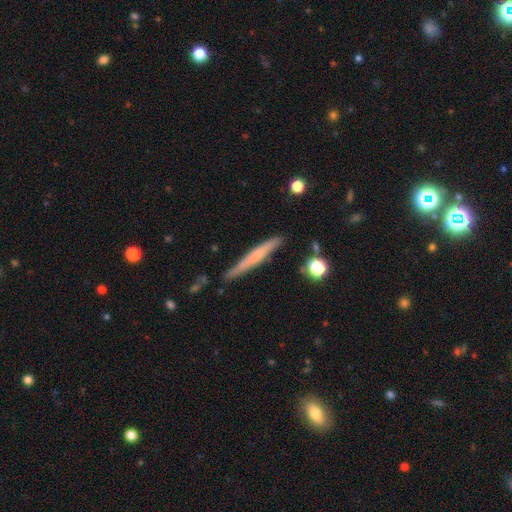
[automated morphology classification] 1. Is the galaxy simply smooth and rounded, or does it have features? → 52% smooth, 41% featured or disk, 7% star or artifact.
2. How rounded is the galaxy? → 95% cigar-shaped, 3% in between, 2% round.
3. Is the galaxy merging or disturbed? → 80% none, 15% minor disturbance, 3% major disturbance, 3% merger.